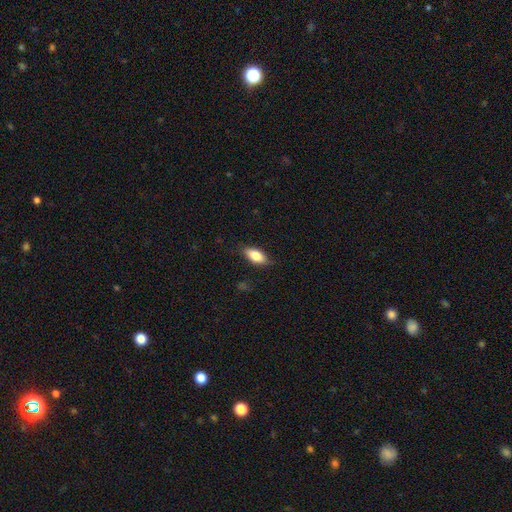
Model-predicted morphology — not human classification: Smooth or featured: smooth — 81% (featured or disk — 12%)
How rounded: in between — 86% (cigar-shaped — 11%)
Merging: none — 80% (minor disturbance — 16%)